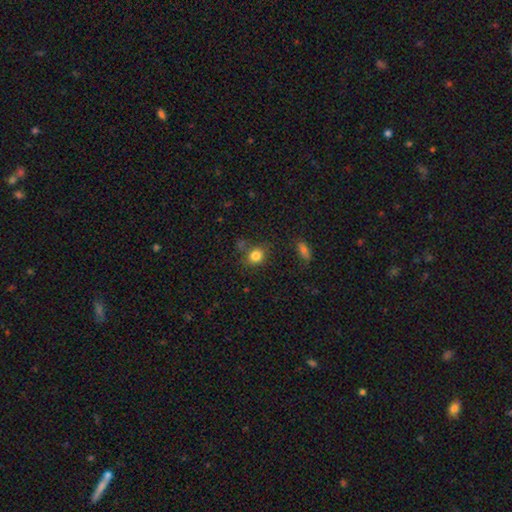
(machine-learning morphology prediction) Overall: smooth (83%). How rounded: round (70%). Merging: none (73%).